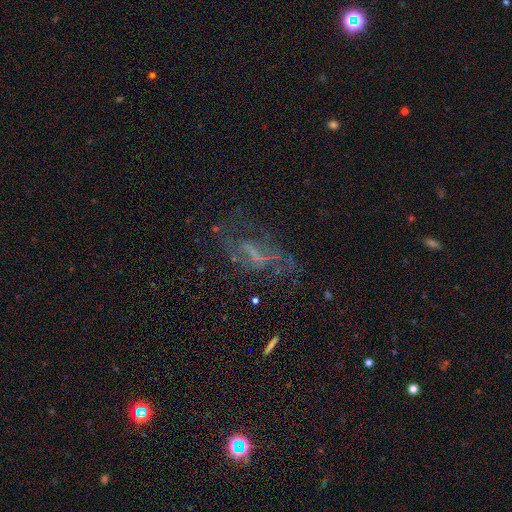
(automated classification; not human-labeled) Smooth or featured: featured or disk — 56% (star or artifact — 22%)
Edge-on disk: no — 89% (yes — 11%)
Bar: no — 44% (weak — 33%)
Spiral arms: no — 59% (yes — 41%)
Bulge size: none — 60% (small — 23%)
Merging: none — 46% (major disturbance — 32%)